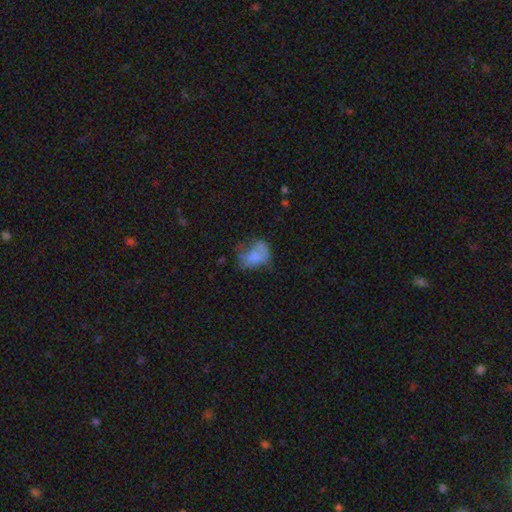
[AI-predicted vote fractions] This is likely a smooth galaxy (62%). How rounded: likely in between (75%). Merging: marginally major disturbance (33%).